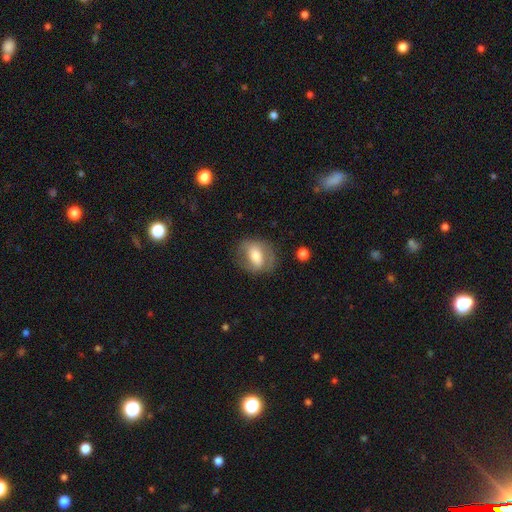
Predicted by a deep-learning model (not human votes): This is possibly a smooth galaxy (48%). Merging: likely none (71%).